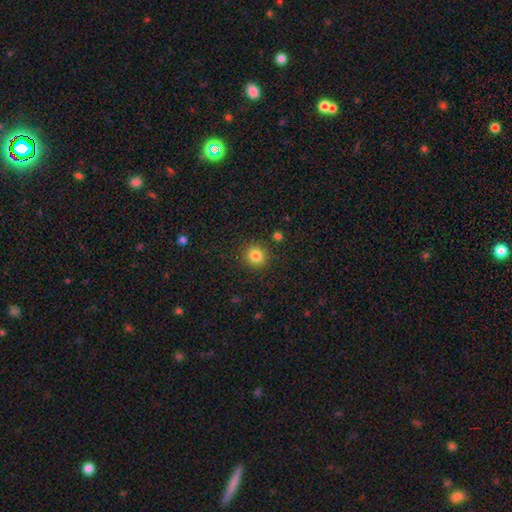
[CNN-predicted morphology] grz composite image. It shows a smooth galaxy with no disk features (83%) that is round (90%). Merging: none (89%).